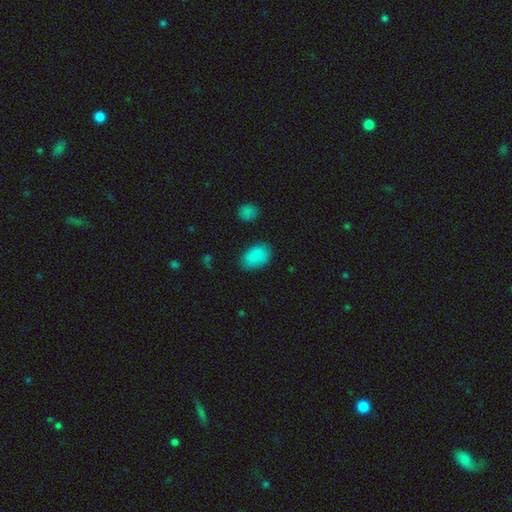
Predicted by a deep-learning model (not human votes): Smooth or featured? smooth (87%)
How rounded? in between (89%)
Merging? none (75%)